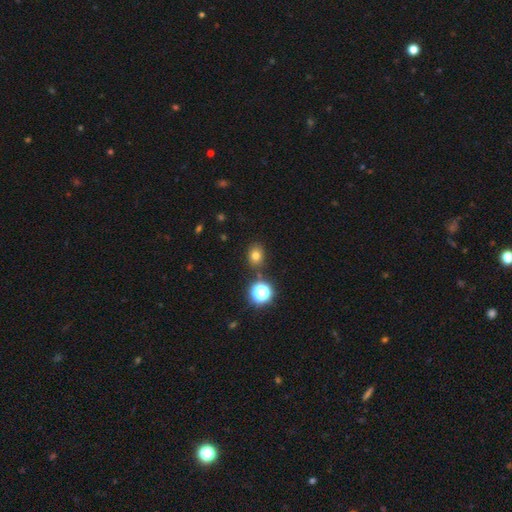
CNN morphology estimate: A smooth galaxy with no disk features (73%) that is round (54%).

Vote fractions:
- Smooth or featured? smooth: 73% / star or artifact: 19% / featured or disk: 8%
- How rounded? round: 54% / in between: 45% / cigar-shaped: 1%
- Merging? none: 84% / minor disturbance: 9% / merger: 4% / major disturbance: 3%